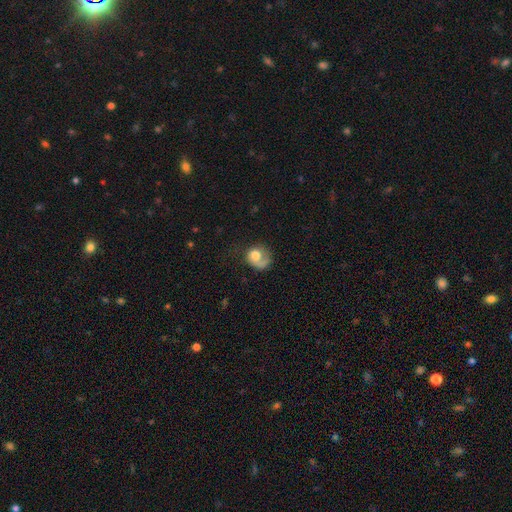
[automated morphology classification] smooth-or-featured: smooth: 56% | featured or disk: 36% | star or artifact: 8%
  how-rounded: round: 67% | in between: 32% | cigar-shaped: 1%
  merging: none: 38% | major disturbance: 37% | minor disturbance: 20% | merger: 5%